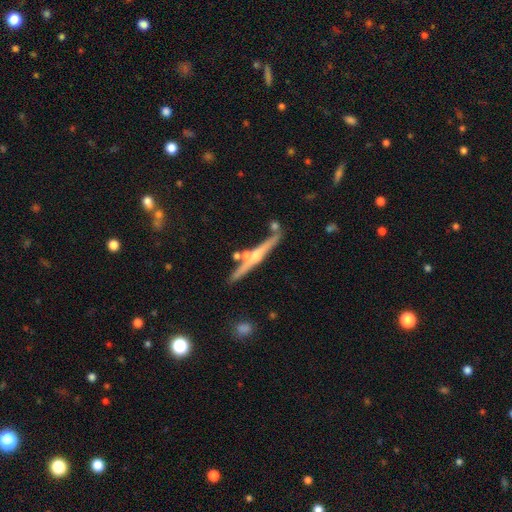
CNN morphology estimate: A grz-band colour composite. It shows a featured or disk galaxy (71%) viewed edge-on (97%) with a rounded central bulge (81%). Merging: none (79%).